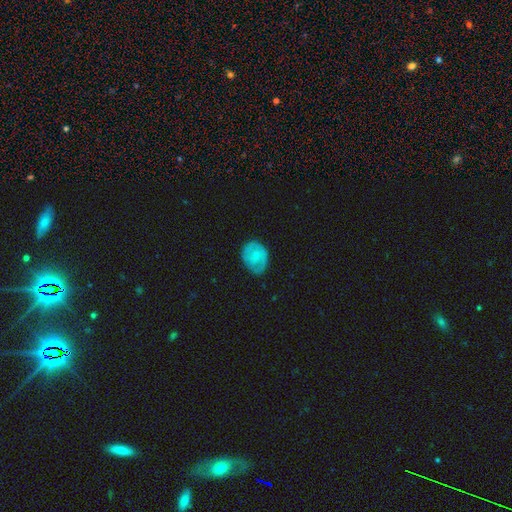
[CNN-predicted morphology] Q: Smooth or featured?
A: smooth (49%); runner-up: featured or disk (44%)
Q: Merging?
A: none (69%); runner-up: minor disturbance (23%)